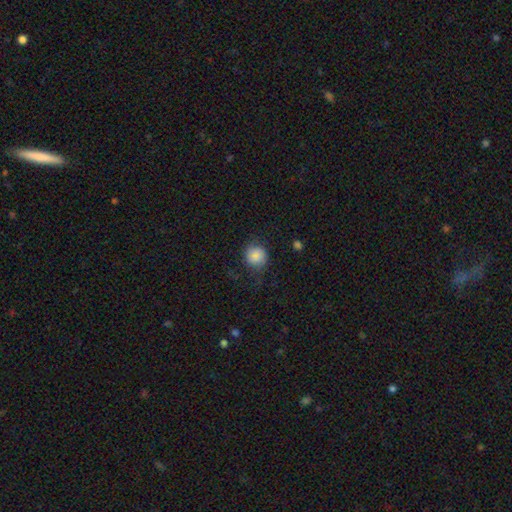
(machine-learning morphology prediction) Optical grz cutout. It shows a smooth galaxy with no disk features (84%) that is round (85%). Merging: none (68%).